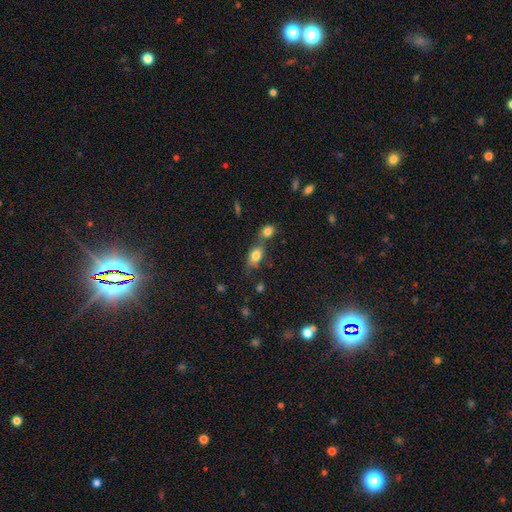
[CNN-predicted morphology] A smooth galaxy with no disk features (80%) that is in between round and cigar-shaped (84%).

Vote fractions:
- Smooth or featured? smooth: 80% / featured or disk: 11% / star or artifact: 9%
- How rounded? in between: 84% / round: 12% / cigar-shaped: 4%
- Merging? none: 48% / merger: 34% / minor disturbance: 14% / major disturbance: 5%